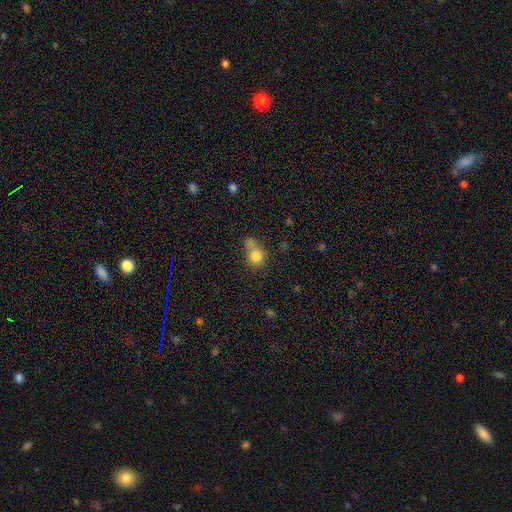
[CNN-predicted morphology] This is clearly a smooth galaxy (80%). How rounded: clearly round (81%). Merging: possibly none (45%).